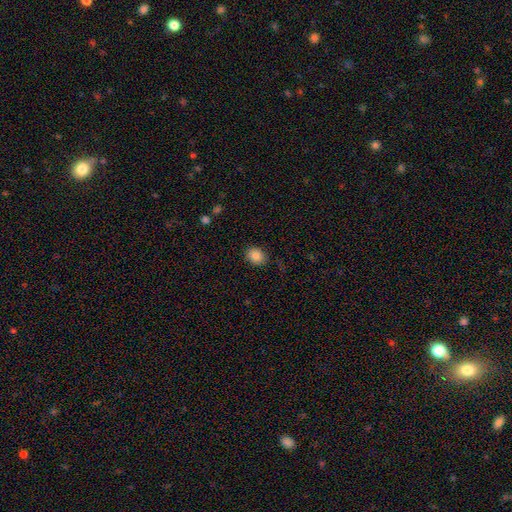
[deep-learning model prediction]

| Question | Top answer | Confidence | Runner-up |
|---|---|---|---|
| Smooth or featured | smooth | 85% | star or artifact (9%) |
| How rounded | round | 52% | in between (47%) |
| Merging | none | 85% | minor disturbance (11%) |